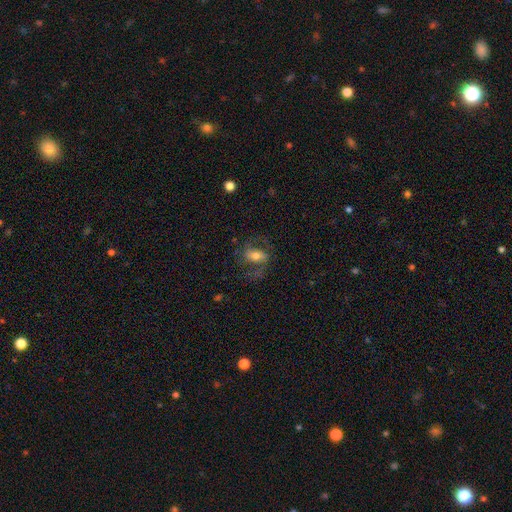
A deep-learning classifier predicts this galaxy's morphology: The model was most divided on "smooth or featured": featured or disk: 51%, smooth: 40%, star or artifact: 9%. More confident: edge-on disk — no (93%); merging — none (62%).